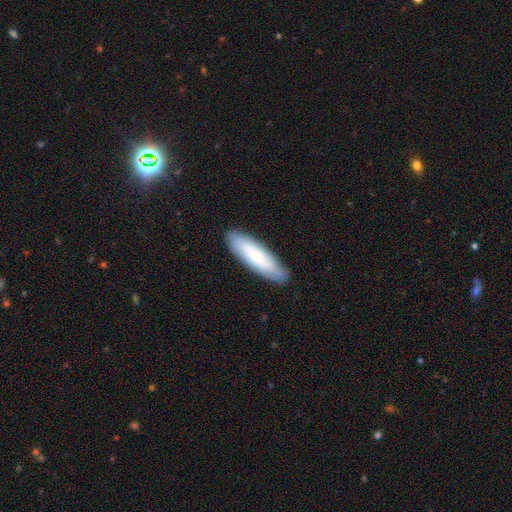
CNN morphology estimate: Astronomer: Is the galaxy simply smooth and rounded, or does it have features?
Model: smooth — 69%.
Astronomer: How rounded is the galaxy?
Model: cigar-shaped — 58% (runner-up: in between, 41%).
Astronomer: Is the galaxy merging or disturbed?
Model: none — 87%.